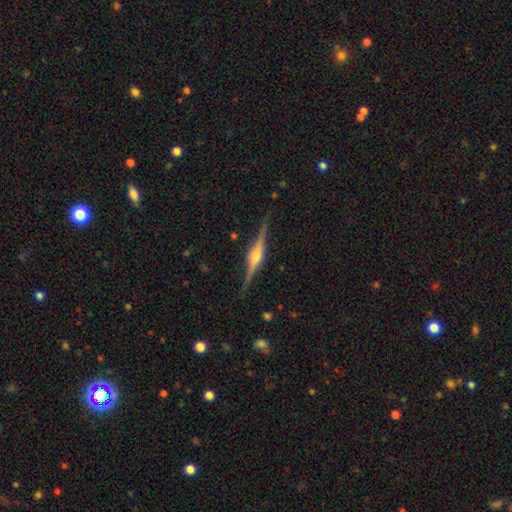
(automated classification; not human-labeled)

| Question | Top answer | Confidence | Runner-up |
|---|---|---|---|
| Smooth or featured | featured or disk | 86% | smooth (9%) |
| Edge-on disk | yes | 98% | no (2%) |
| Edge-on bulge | rounded | 89% | boxy (9%) |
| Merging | none | 89% | minor disturbance (8%) |